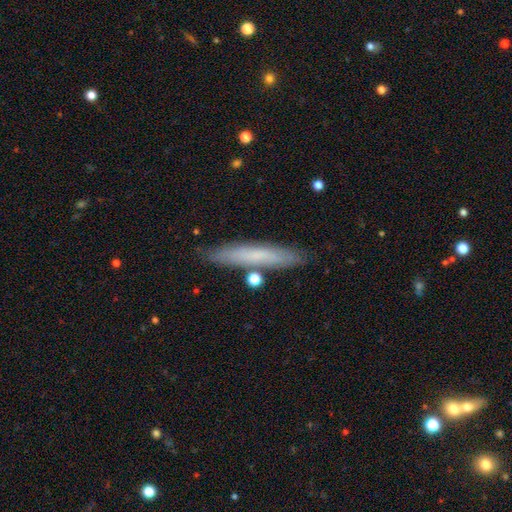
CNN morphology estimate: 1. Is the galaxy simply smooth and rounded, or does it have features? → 65% smooth, 28% featured or disk, 7% star or artifact.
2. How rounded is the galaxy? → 91% cigar-shaped, 7% in between, 1% round.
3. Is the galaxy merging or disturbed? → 83% none, 11% minor disturbance, 4% merger, 2% major disturbance.